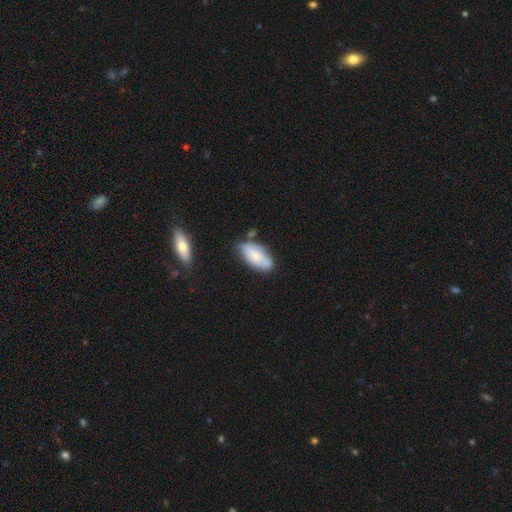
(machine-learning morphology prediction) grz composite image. It shows a smooth galaxy with no disk features (72%) that is in between round and cigar-shaped (92%). Merging: none (59%).